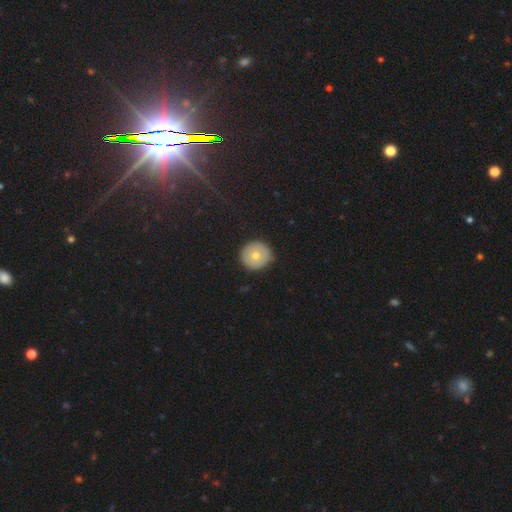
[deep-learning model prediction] smooth 69%, featured or disk 22%, star or artifact 9%. Down the decision tree: how rounded — round (94%); merging — none (90%).